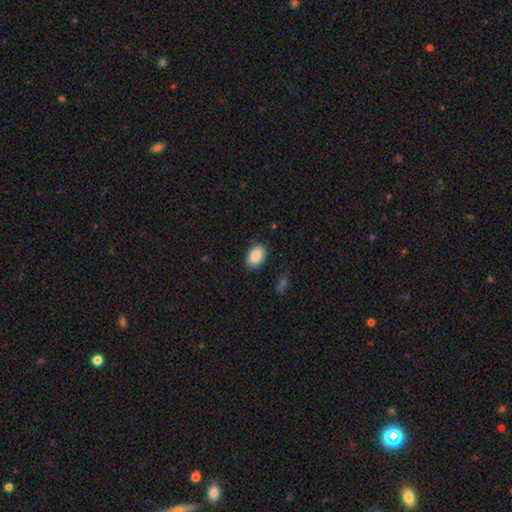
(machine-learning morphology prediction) The model was most divided on "merging": none: 86%, minor disturbance: 11%, major disturbance: 3%, merger: 1%. More confident: smooth or featured — smooth (90%); how rounded — in between (88%).